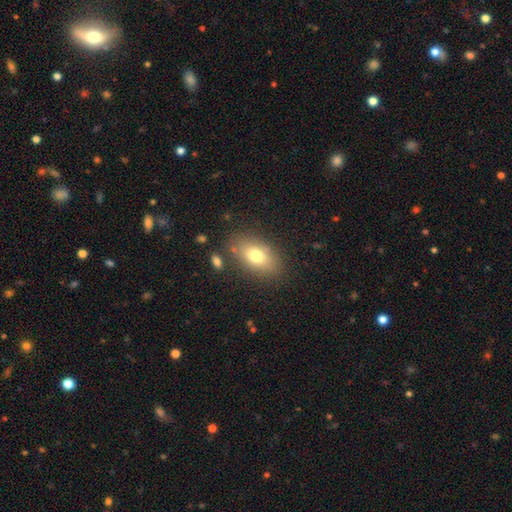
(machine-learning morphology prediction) Overall: smooth (74%). How rounded: in between (86%). Merging: none (80%).